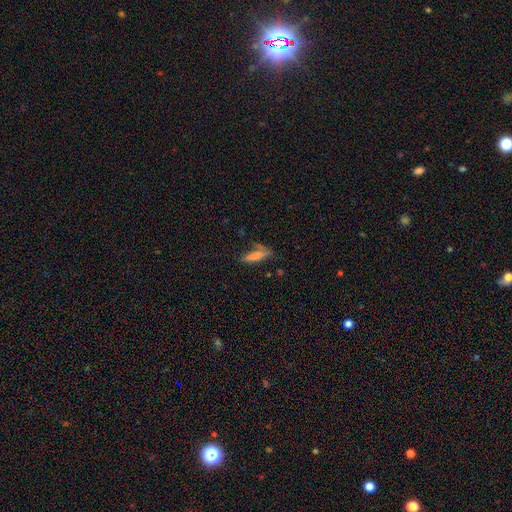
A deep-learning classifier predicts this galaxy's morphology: Smooth or featured? smooth (74%)
How rounded? cigar-shaped (72%)
Merging? none (62%)